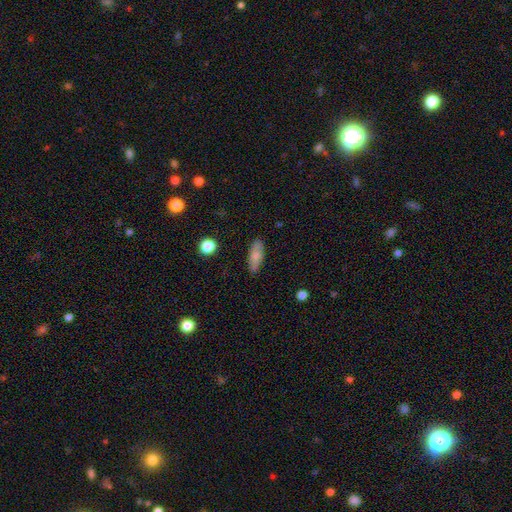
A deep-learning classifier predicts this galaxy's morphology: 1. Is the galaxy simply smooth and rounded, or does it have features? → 77% smooth, 16% featured or disk, 7% star or artifact.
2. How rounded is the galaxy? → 66% in between, 31% cigar-shaped, 3% round.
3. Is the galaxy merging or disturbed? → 82% none, 14% minor disturbance, 3% major disturbance, 2% merger.